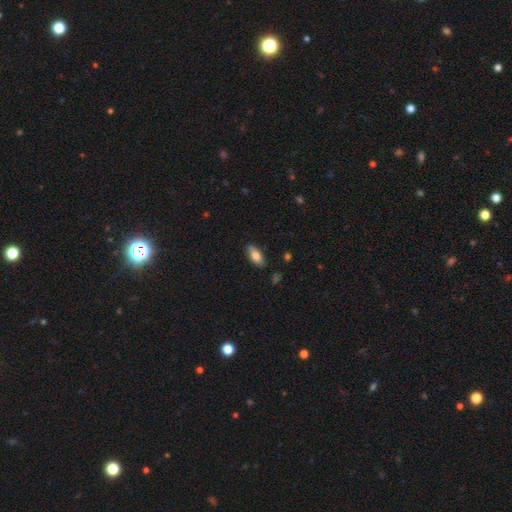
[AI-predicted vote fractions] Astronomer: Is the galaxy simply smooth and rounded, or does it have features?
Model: smooth — 77%.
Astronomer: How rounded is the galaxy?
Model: in between — 84%.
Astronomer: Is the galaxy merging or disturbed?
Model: none — 83%.